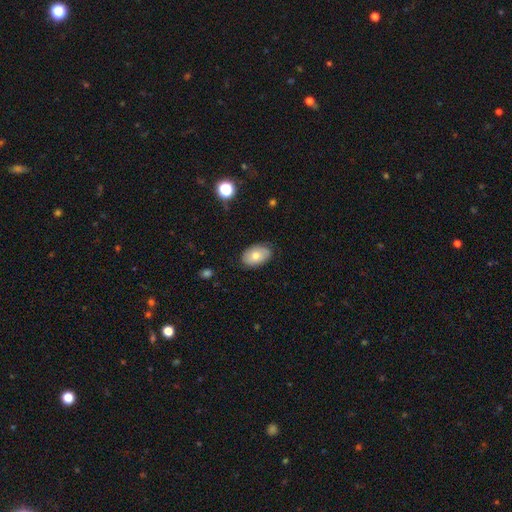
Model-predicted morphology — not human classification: type=smooth (69%); roundness=in between (90%); merging=none (80%).